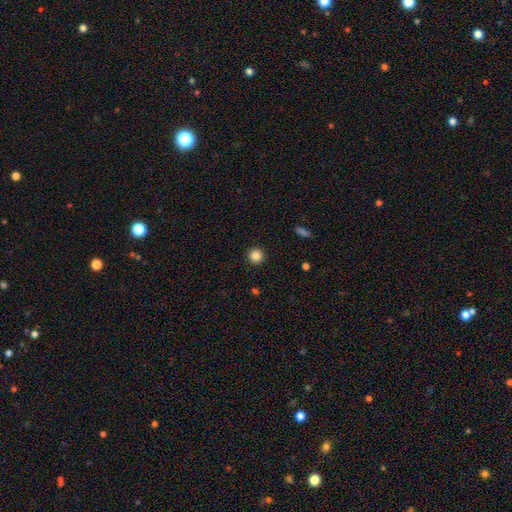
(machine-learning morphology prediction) smooth 85%, star or artifact 11%, featured or disk 4%. Down the decision tree: how rounded — round (95%); merging — none (93%).